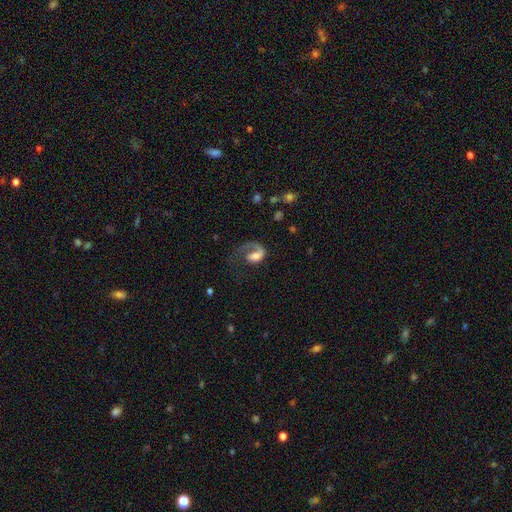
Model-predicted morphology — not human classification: smooth-or-featured: featured or disk: 69% | smooth: 23% | star or artifact: 7%
  disk-edge-on: no: 98% | yes: 2%
    bar: no: 62% | weak: 29% | strong: 9%
    has-spiral-arms: yes: 88% | no: 12%
      spiral-winding: loose: 48% | medium: 33% | tight: 19%
      spiral-arm-count: 1: 90% | 2: 4% | can't tell: 3% | 3: 1% | 4: 1% | more than 4: 1%
    bulge-size: moderate: 40% | large: 26% | small: 18% | none: 11% | dominant: 4%
  merging: major disturbance: 49% | none: 33% | minor disturbance: 14% | merger: 5%